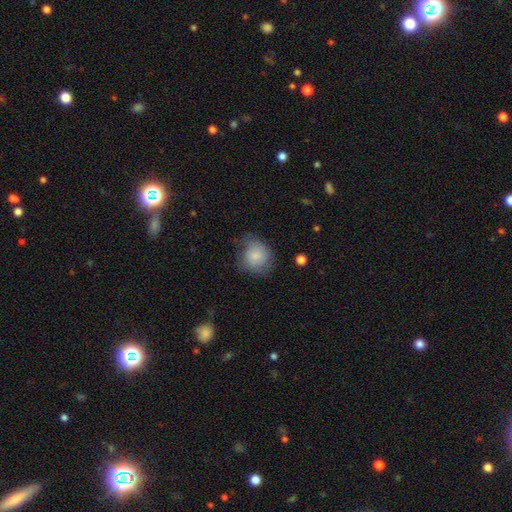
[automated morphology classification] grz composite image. It shows a smooth galaxy with no disk features (75%) that is round (73%). Merging: none (53%).